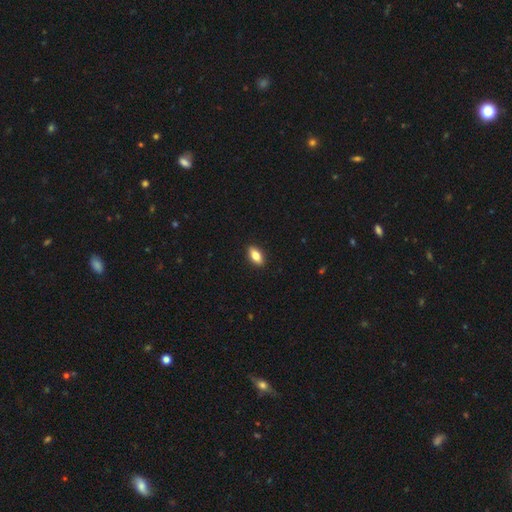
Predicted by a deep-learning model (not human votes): The model was most divided on "smooth or featured": smooth: 79%, featured or disk: 15%, star or artifact: 7%. More confident: merging — none (90%); how rounded — in between (86%).